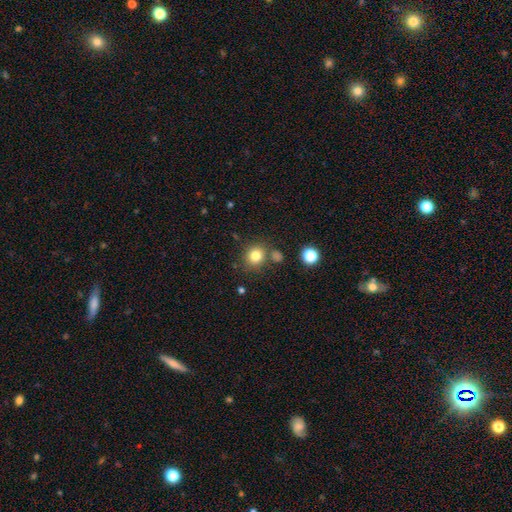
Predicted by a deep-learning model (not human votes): Smooth or featured? Predicted: smooth (p=0.80). How rounded? Predicted: round (p=0.83). Merging? Predicted: none (p=0.77).